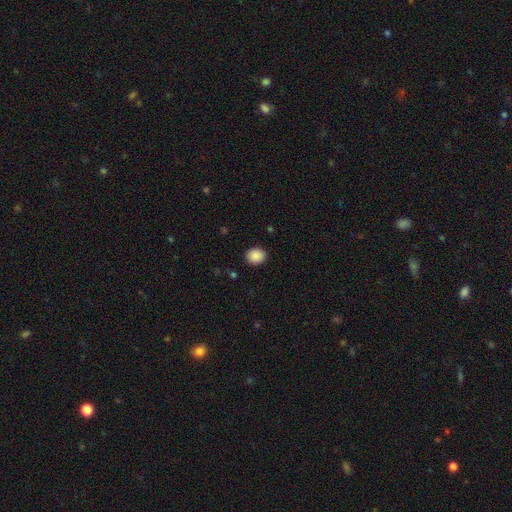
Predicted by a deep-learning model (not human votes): Smooth or featured? smooth (89%)
How rounded? round (63%)
Merging? none (90%)